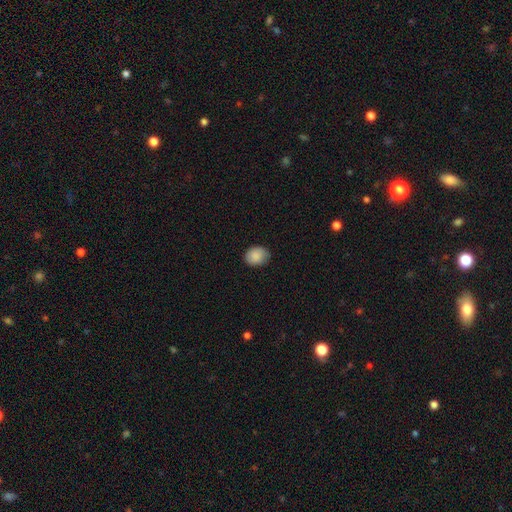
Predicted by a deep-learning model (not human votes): This is clearly a smooth galaxy (88%). How rounded: possibly in between (51%). Merging: likely none (78%).